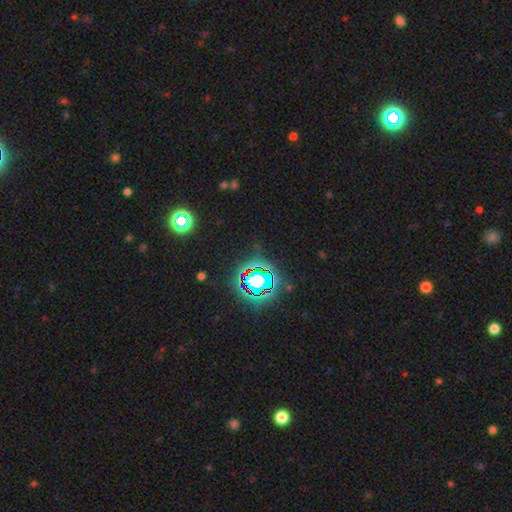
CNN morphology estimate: Overall: star or artifact (75%).